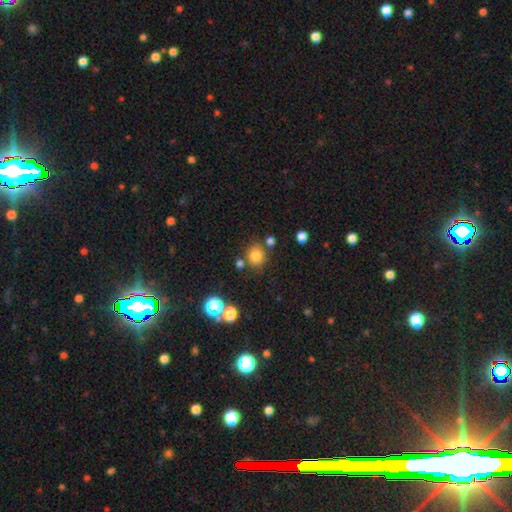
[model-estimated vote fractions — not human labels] Smooth or featured? Predicted: smooth (p=0.79). How rounded? Predicted: round (p=0.81). Merging? Predicted: none (p=0.74).